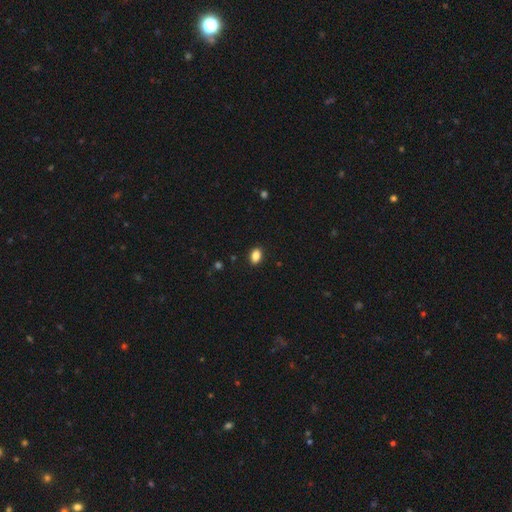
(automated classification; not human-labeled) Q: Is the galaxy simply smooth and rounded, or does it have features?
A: smooth — 87%.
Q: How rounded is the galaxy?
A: in between — 84%.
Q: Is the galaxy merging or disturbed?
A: none — 90%.